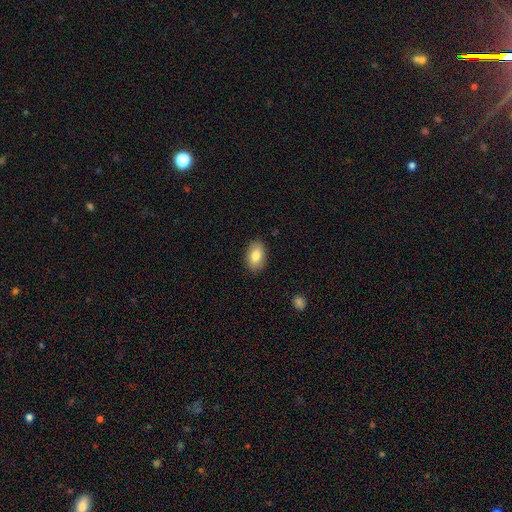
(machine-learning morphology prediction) The model was most divided on "smooth or featured": smooth: 83%, featured or disk: 10%, star or artifact: 7%. More confident: how rounded — in between (89%); merging — none (88%).